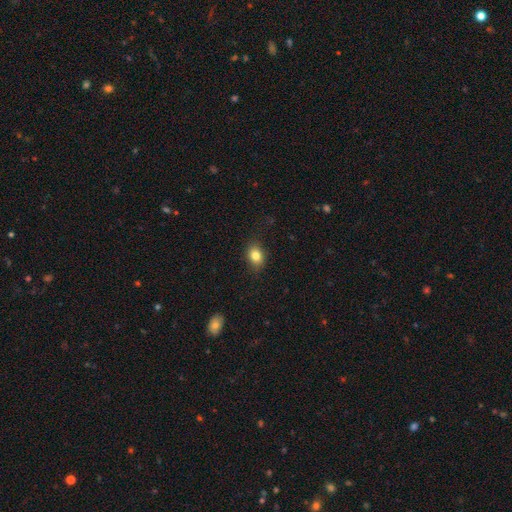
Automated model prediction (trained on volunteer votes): smooth_or_featured: smooth (p=0.81) [alt: star or artifact p=0.10]
how_rounded: in between (p=0.62) [alt: round p=0.37]
merging: none (p=0.84) [alt: minor disturbance p=0.12]